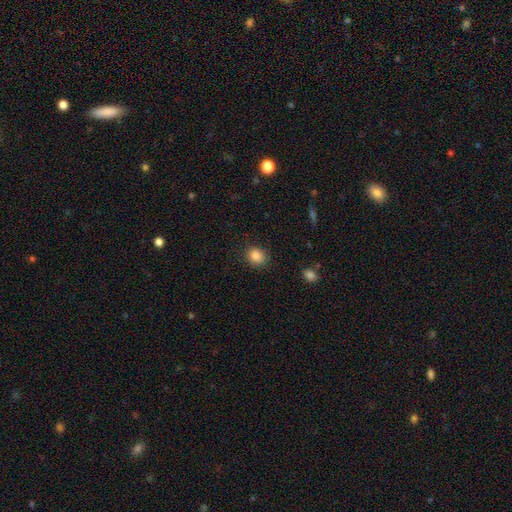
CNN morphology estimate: This is clearly a smooth galaxy (85%). How rounded: likely round (66%). Merging: clearly none (88%).